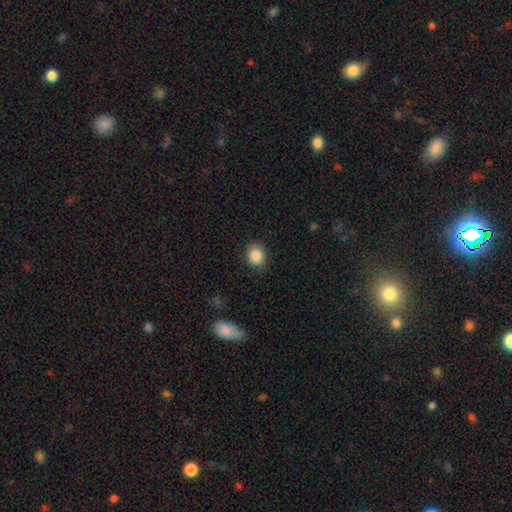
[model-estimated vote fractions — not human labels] The model was most divided on "how rounded": round: 69%, in between: 30%, cigar-shaped: 1%. More confident: merging — none (88%); smooth or featured — smooth (86%).